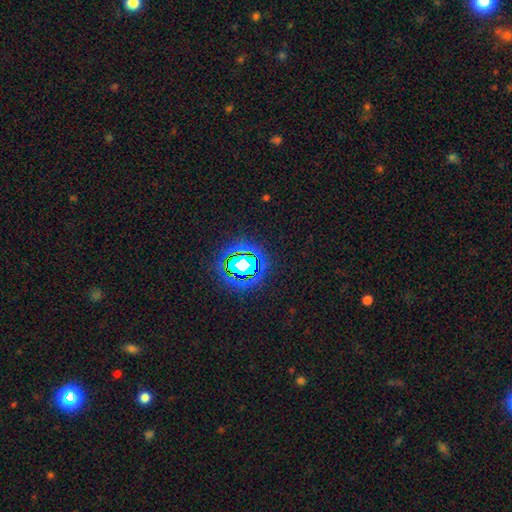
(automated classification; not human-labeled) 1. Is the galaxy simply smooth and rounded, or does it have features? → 79% star or artifact, 14% smooth, 7% featured or disk.